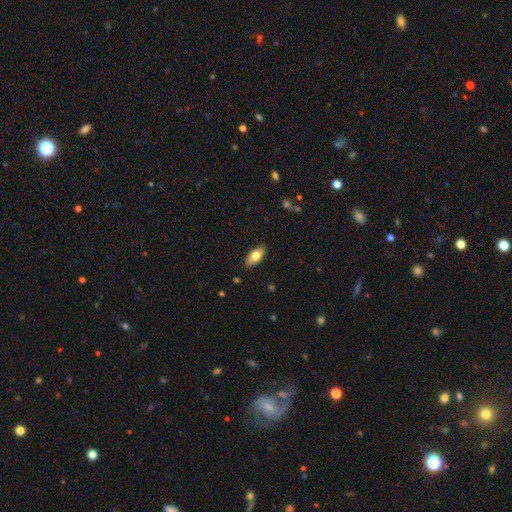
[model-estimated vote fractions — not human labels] This is likely a smooth galaxy (74%). How rounded: clearly in between (86%). Merging: clearly none (87%).